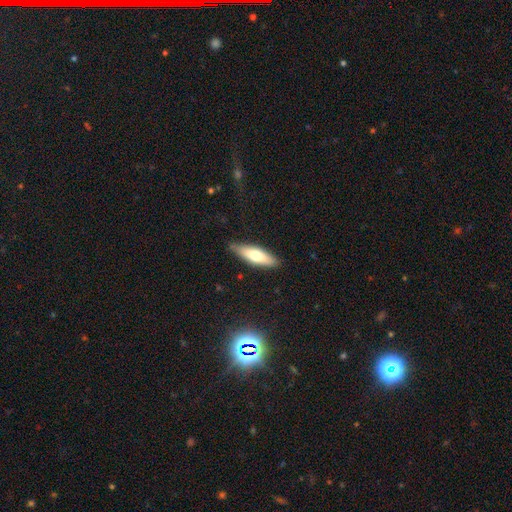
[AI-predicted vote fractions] This is likely a smooth galaxy (65%). How rounded: possibly cigar-shaped (52%). Merging: clearly none (84%).